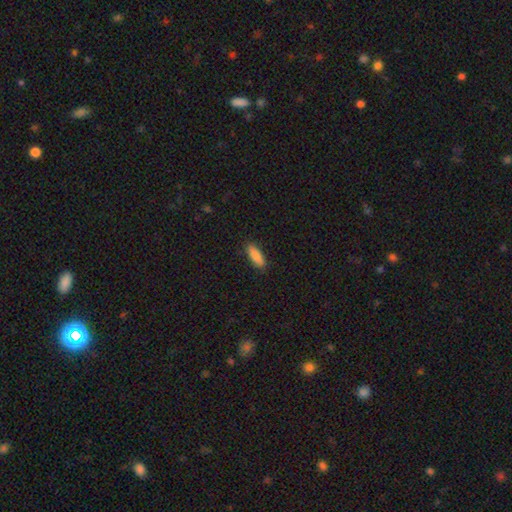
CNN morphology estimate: Smooth or featured: smooth — 83% (featured or disk — 11%)
How rounded: in between — 60% (cigar-shaped — 38%)
Merging: none — 88% (minor disturbance — 10%)